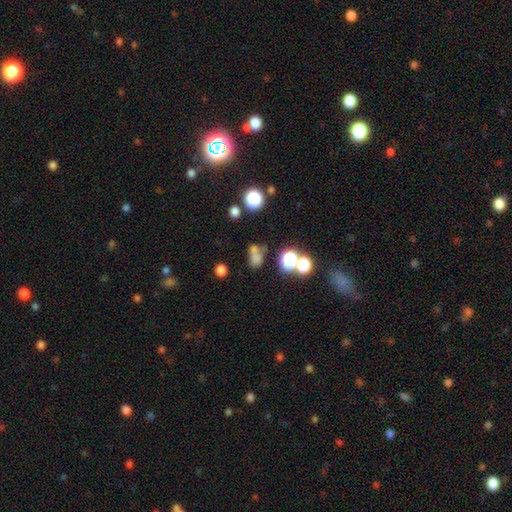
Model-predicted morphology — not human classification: Smooth or featured? Predicted: smooth (p=0.64). How rounded? Predicted: in between (p=0.57). Merging? Predicted: none (p=0.42).